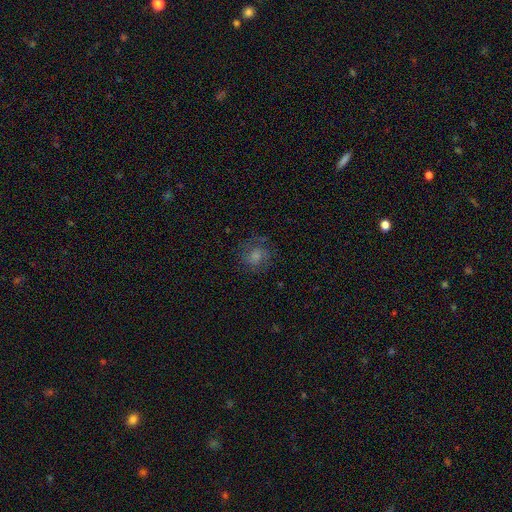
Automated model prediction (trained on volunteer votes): Smooth or featured: smooth — 53% (featured or disk — 33%)
How rounded: round — 77% (in between — 22%)
Merging: none — 71% (minor disturbance — 17%)